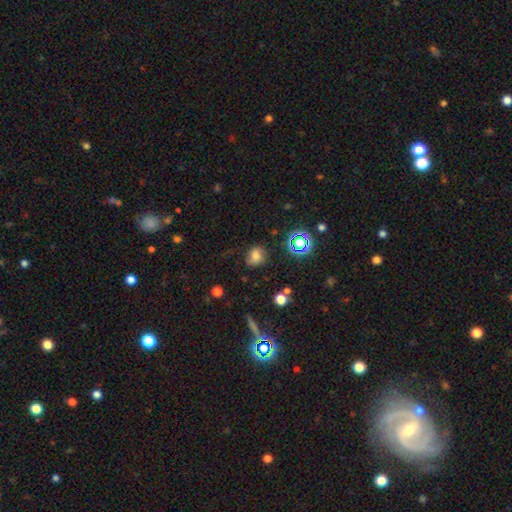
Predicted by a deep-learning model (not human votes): This is likely a smooth galaxy (69%). How rounded: possibly round (53%). Merging: likely none (69%).